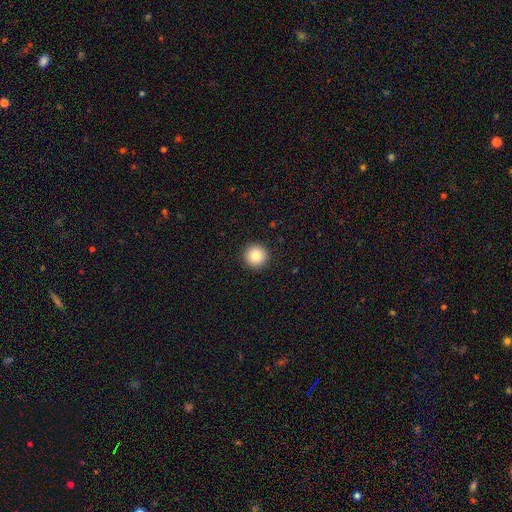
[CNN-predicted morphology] Q: Smooth or featured?
A: smooth (84%); runner-up: star or artifact (10%)
Q: How rounded?
A: round (97%); runner-up: in between (3%)
Q: Merging?
A: none (94%); runner-up: minor disturbance (4%)